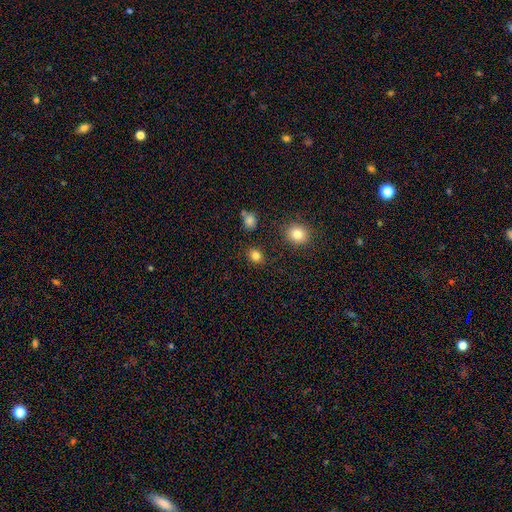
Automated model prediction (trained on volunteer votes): Morphology: type=smooth (83%); roundness=round (62%); merging=none (85%).